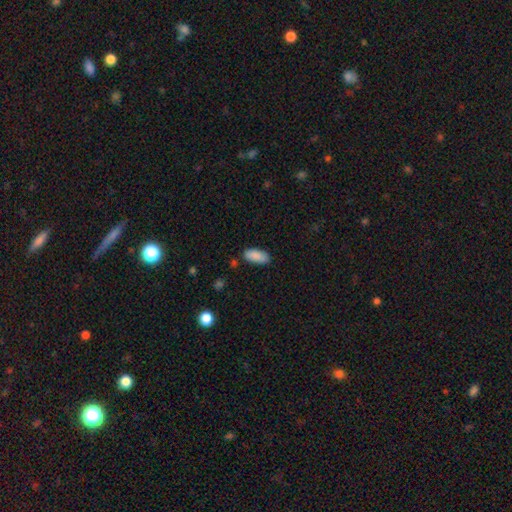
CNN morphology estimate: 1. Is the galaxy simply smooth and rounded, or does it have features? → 89% smooth, 7% star or artifact, 4% featured or disk.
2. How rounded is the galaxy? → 86% in between, 12% cigar-shaped, 2% round.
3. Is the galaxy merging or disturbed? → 84% none, 11% minor disturbance, 2% major disturbance, 2% merger.